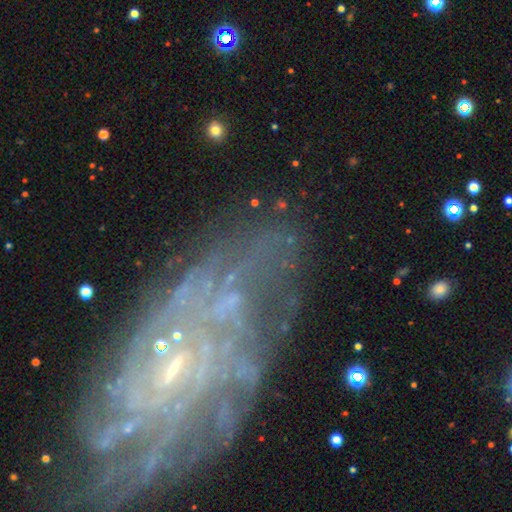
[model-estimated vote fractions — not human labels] A featured or disk galaxy (75%) with no bar (46%), tight (62%) spiral arms (82%) and a small central bulge (63%). Merging: none (67%).